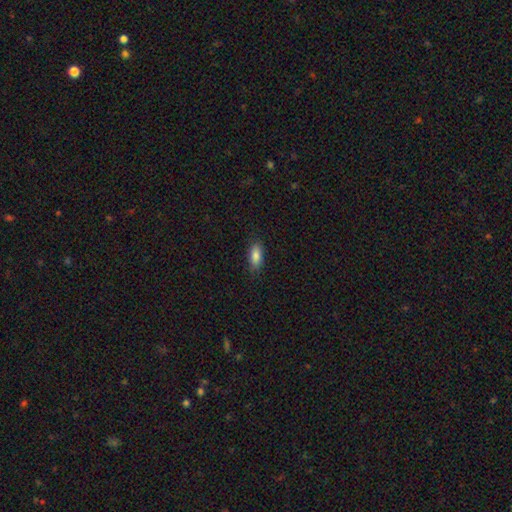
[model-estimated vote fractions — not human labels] smooth_or_featured: smooth (p=0.85) [alt: featured or disk p=0.08]
how_rounded: in between (p=0.83) [alt: cigar-shaped p=0.14]
merging: none (p=0.84) [alt: minor disturbance p=0.12]